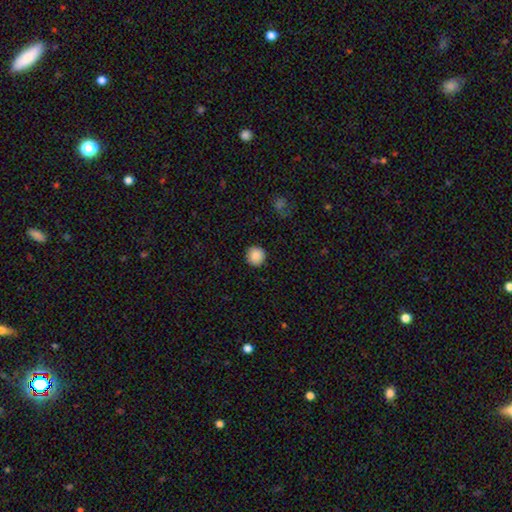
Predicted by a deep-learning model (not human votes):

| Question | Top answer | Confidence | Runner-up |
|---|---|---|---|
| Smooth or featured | smooth | 88% | star or artifact (8%) |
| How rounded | round | 95% | in between (4%) |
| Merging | none | 92% | minor disturbance (5%) |